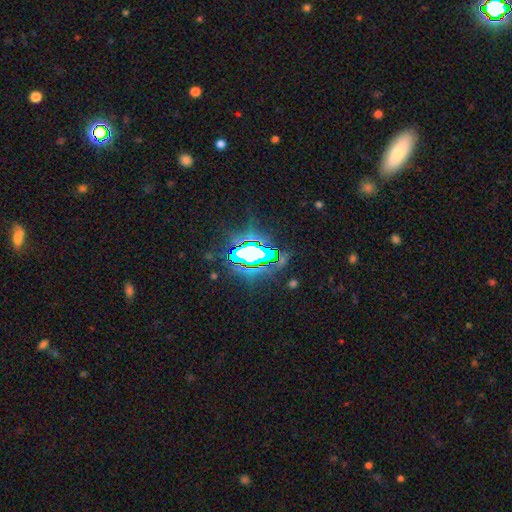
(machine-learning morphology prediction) type=star or artifact (68%).